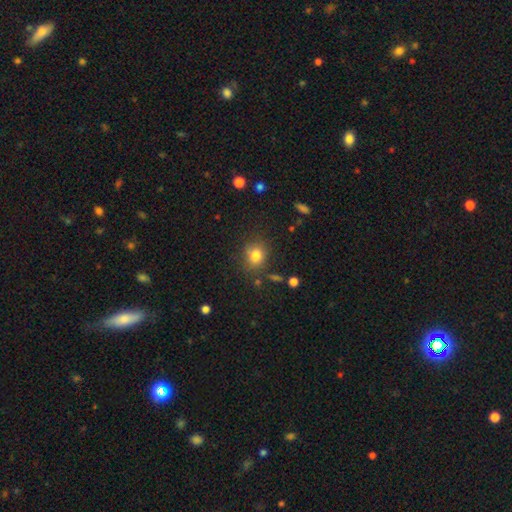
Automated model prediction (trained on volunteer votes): This is likely a smooth galaxy (80%). How rounded: likely round (63%). Merging: likely none (75%).